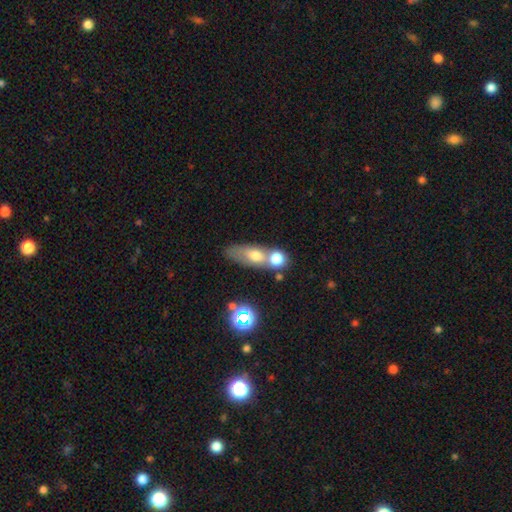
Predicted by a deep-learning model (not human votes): Smooth or featured? smooth (63%)
How rounded? in between (57%)
Merging? merger (50%)